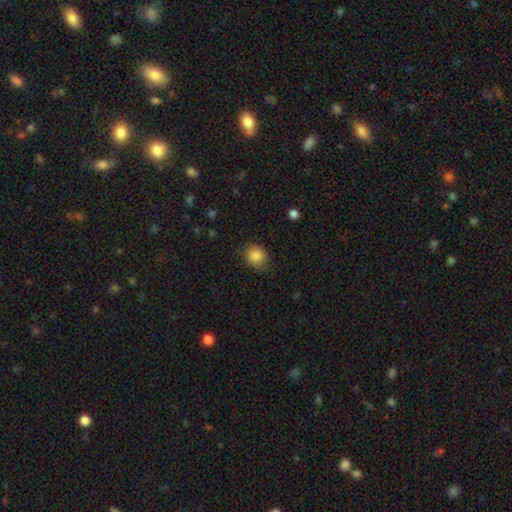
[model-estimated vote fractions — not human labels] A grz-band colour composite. It shows a smooth galaxy with no disk features (87%) that is round (80%). Merging: none (82%).